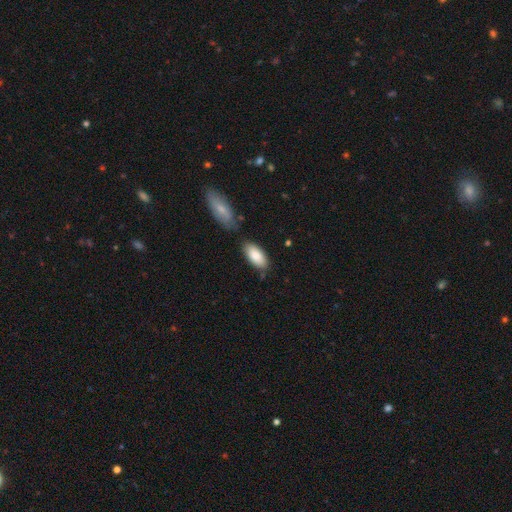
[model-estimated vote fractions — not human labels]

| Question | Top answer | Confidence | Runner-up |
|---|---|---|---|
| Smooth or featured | smooth | 85% | featured or disk (10%) |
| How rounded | in between | 92% | cigar-shaped (6%) |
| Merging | none | 71% | minor disturbance (15%) |